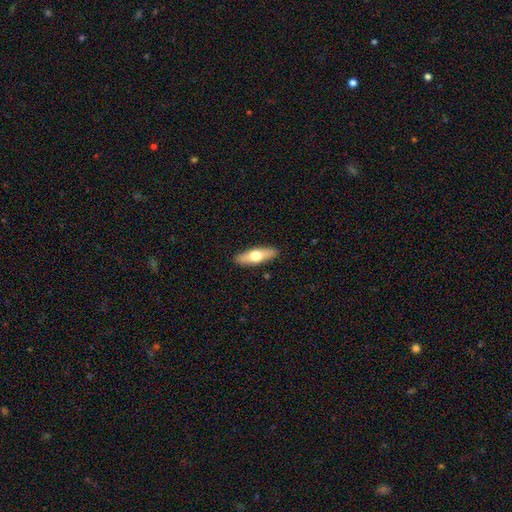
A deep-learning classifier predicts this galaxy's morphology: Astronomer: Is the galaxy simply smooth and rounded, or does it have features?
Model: smooth — 56% (runner-up: featured or disk, 39%).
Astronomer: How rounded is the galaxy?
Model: cigar-shaped — 51% (runner-up: in between, 46%).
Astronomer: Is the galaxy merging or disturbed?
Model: none — 90%.